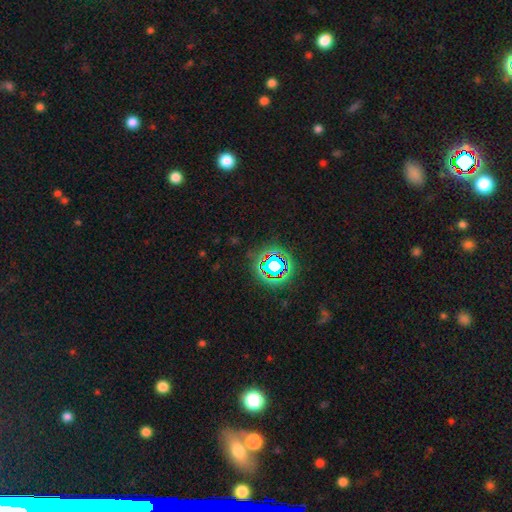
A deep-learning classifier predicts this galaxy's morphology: star or artifact 73%, smooth 17%, featured or disk 9%.